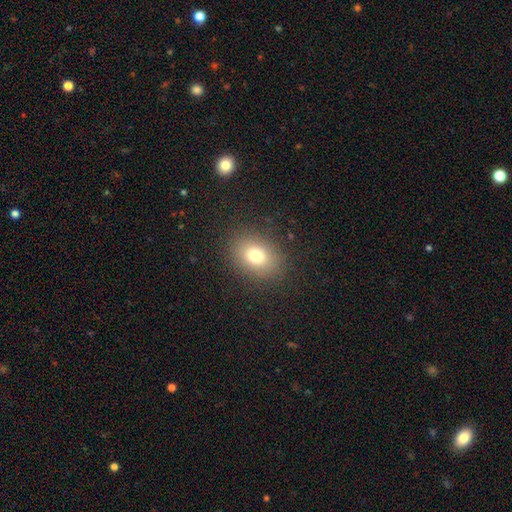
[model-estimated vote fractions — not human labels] This appears to be a smooth galaxy with no disk features (76%) that is in between round and cigar-shaped (60%). Merging: none (86%).